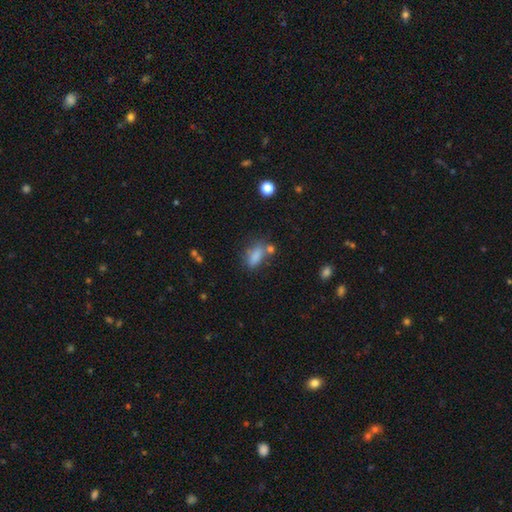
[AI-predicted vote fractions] Smooth or featured?
  - smooth: 80% *
  - star or artifact: 11%
  - featured or disk: 9%
How rounded?
  - in between: 79% *
  - cigar-shaped: 15%
  - round: 5%
Merging?
  - none: 53% *
  - minor disturbance: 21%
  - merger: 16%
  - major disturbance: 10%